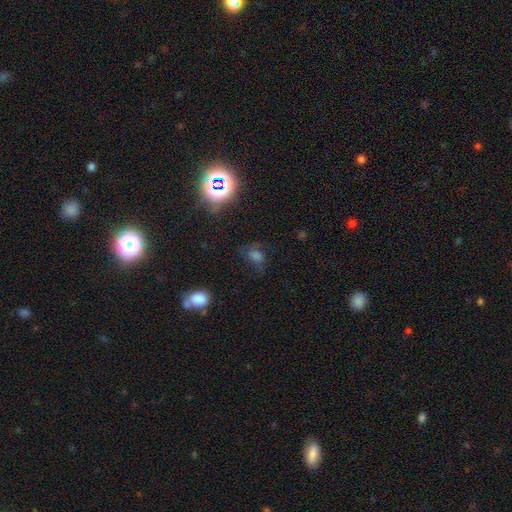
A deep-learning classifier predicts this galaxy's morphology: This is possibly a smooth galaxy (55%). How rounded: possibly in between (55%). Merging: possibly none (57%).